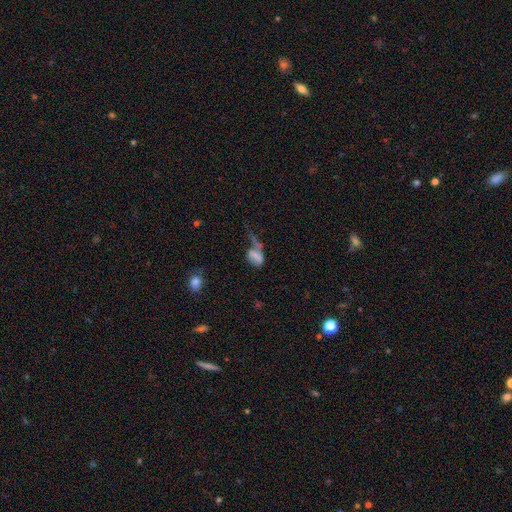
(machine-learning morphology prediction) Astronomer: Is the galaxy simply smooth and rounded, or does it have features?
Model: smooth — 58%.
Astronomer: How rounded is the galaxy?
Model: in between — 81%.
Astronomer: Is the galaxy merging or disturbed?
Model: major disturbance — 47%.